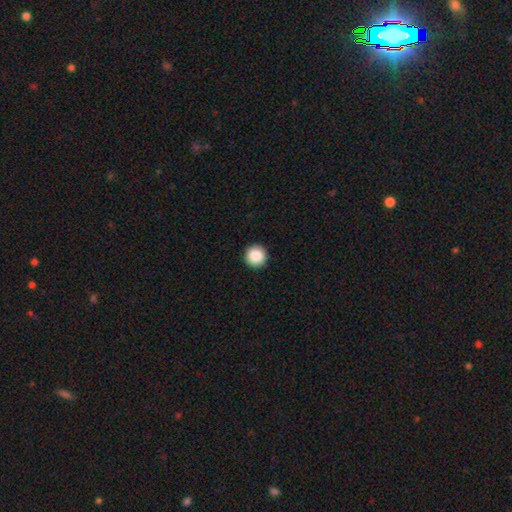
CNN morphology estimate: Smooth or featured? smooth (87%)
How rounded? round (96%)
Merging? none (94%)